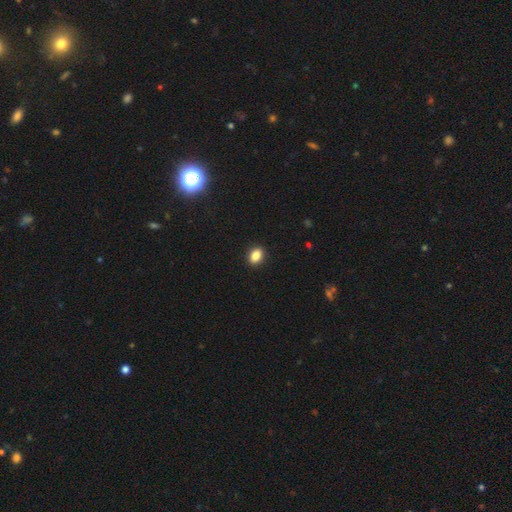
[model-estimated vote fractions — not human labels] Overall: smooth (86%). How rounded: in between (72%). Merging: none (91%).